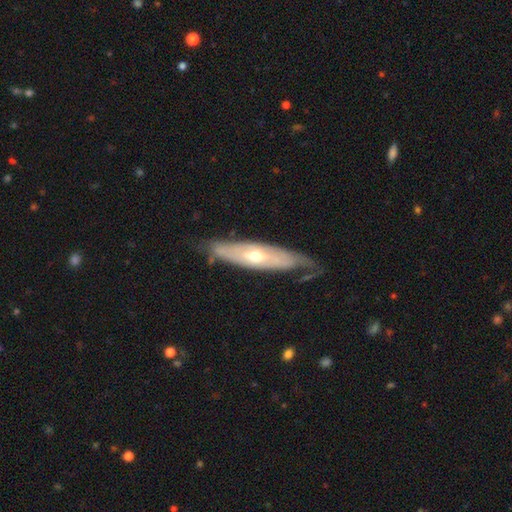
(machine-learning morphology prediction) smooth-or-featured: featured or disk: 72% | smooth: 22% | star or artifact: 5%
  disk-edge-on: no: 63% | yes: 37%
  merging: none: 63% | minor disturbance: 25% | major disturbance: 10% | merger: 2%